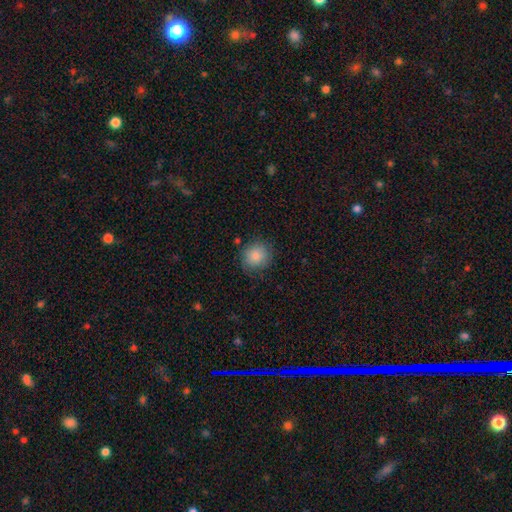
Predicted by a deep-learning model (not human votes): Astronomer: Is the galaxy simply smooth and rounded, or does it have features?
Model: smooth — 85%.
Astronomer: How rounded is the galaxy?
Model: round — 86%.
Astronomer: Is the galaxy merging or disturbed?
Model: none — 81%.